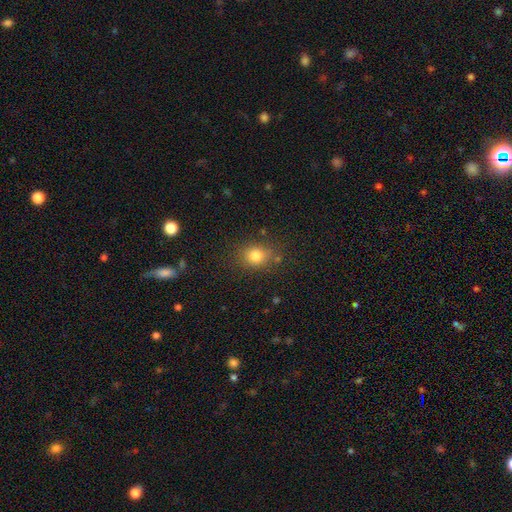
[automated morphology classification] type=smooth (80%); roundness=round (63%); merging=none (77%).